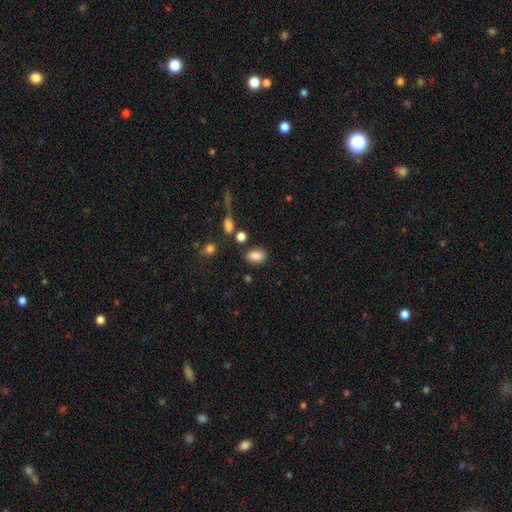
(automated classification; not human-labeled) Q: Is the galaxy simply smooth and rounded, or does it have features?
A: smooth — 84%.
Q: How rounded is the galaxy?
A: in between — 82%.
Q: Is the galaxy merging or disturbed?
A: none — 78%.